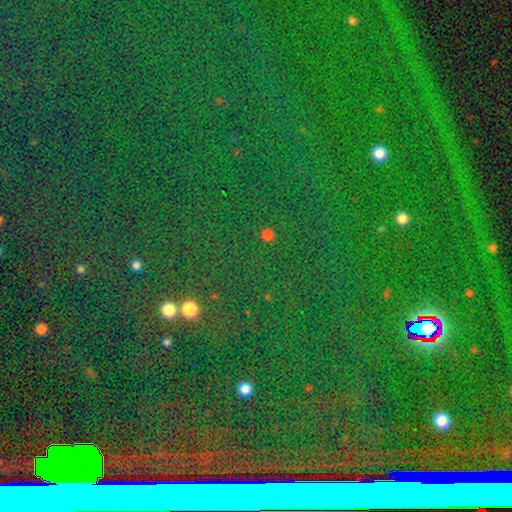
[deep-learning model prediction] Smooth or featured: star or artifact — 83% (smooth — 10%)